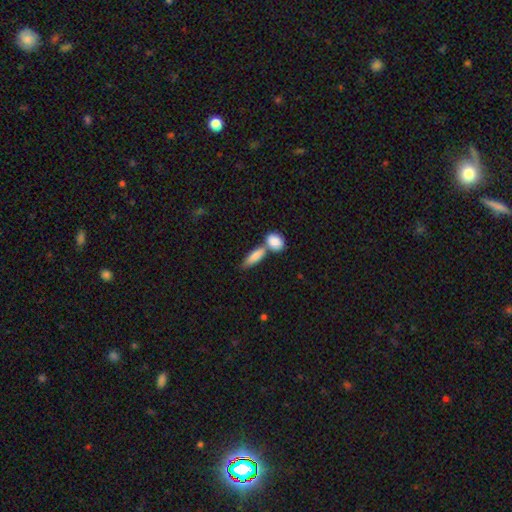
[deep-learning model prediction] Smooth or featured?
  - smooth: 83% *
  - featured or disk: 10%
  - star or artifact: 6%
How rounded?
  - in between: 68% *
  - cigar-shaped: 26%
  - round: 6%
Merging?
  - merger: 50% *
  - none: 37%
  - minor disturbance: 10%
  - major disturbance: 4%